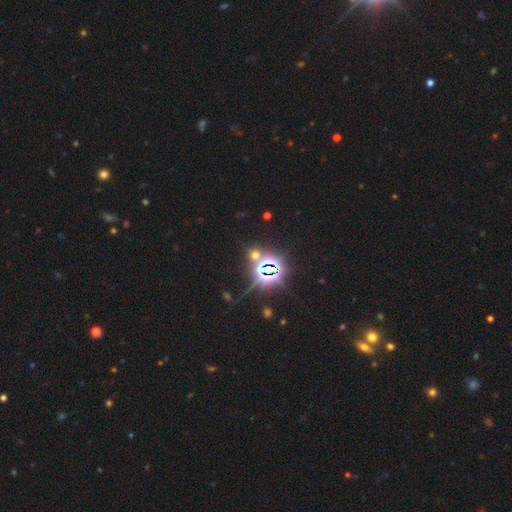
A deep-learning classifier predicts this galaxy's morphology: smooth-or-featured: star or artifact: 67% | smooth: 26% | featured or disk: 8%